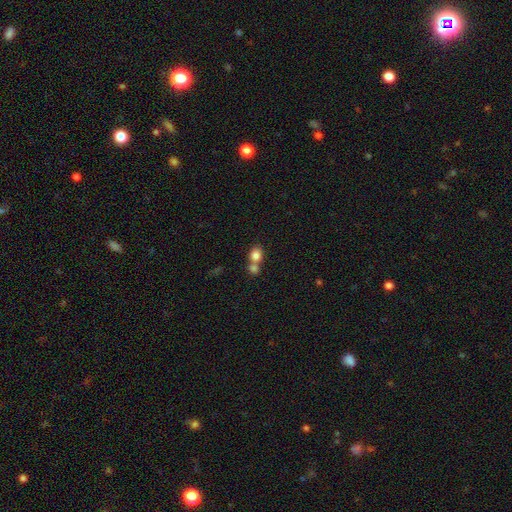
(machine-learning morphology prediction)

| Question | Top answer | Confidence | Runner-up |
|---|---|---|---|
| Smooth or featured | smooth | 82% | star or artifact (10%) |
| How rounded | round | 67% | in between (32%) |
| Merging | merger | 53% | none (37%) |